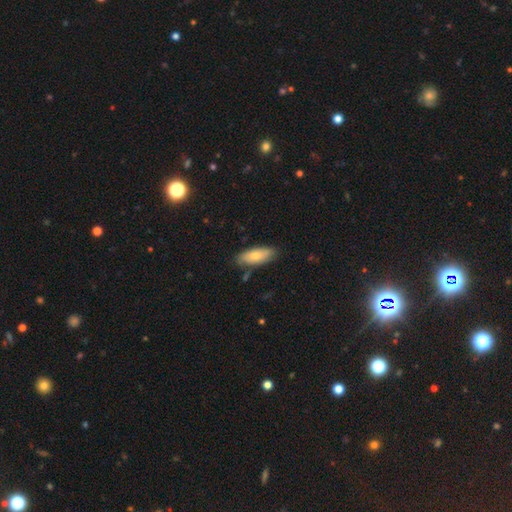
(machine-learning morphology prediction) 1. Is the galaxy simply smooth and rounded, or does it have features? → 73% smooth, 21% featured or disk, 6% star or artifact.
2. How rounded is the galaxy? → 80% in between, 18% cigar-shaped, 2% round.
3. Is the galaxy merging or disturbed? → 79% none, 16% minor disturbance, 3% major disturbance, 3% merger.